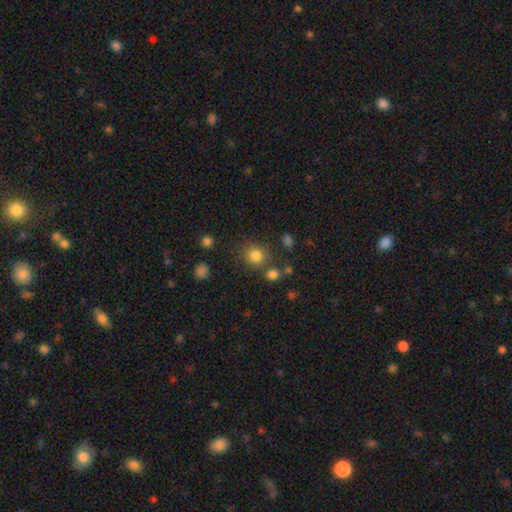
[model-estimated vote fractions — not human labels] Smooth or featured: smooth — 82% (star or artifact — 13%)
How rounded: round — 83% (in between — 16%)
Merging: none — 75% (minor disturbance — 11%)